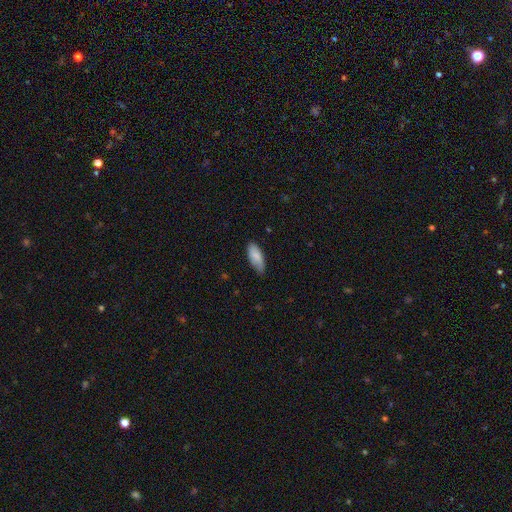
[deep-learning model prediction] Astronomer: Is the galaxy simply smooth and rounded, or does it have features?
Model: smooth — 81%.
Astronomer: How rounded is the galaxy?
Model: in between — 82%.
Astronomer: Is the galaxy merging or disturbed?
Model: none — 70%.